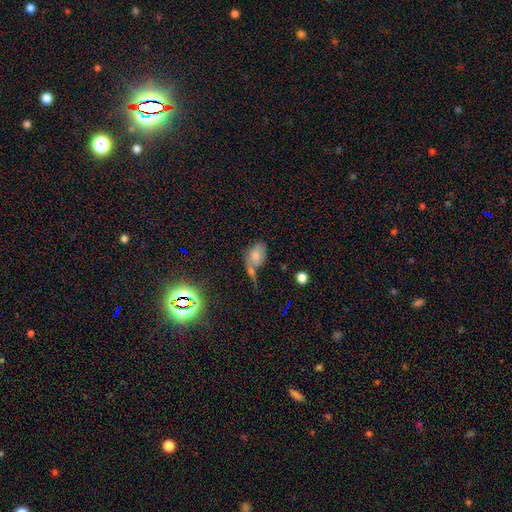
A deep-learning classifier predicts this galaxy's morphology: Smooth or featured: smooth — 62% (featured or disk — 23%)
How rounded: in between — 87% (round — 10%)
Merging: merger — 35% (none — 30%)